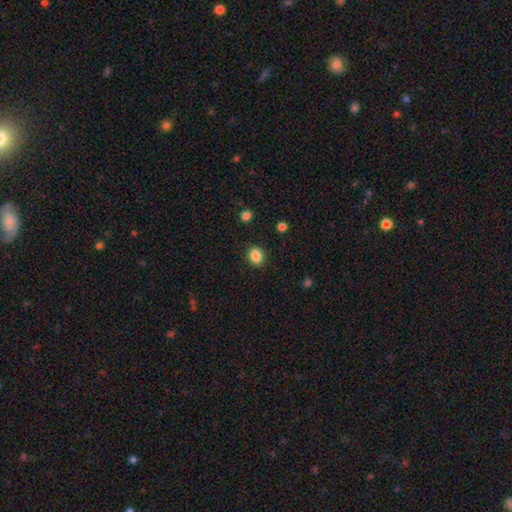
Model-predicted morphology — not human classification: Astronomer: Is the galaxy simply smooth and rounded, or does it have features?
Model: smooth — 86%.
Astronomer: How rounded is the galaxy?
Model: in between — 55% (runner-up: round, 44%).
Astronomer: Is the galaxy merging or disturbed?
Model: none — 87%.